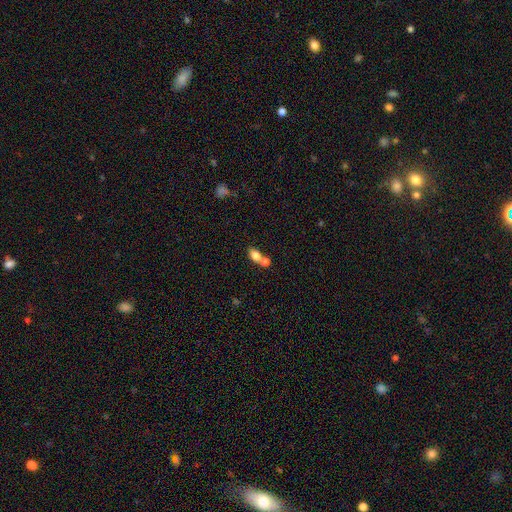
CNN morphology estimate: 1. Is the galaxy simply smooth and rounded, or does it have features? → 78% smooth, 12% featured or disk, 9% star or artifact.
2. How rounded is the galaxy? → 79% in between, 18% round, 3% cigar-shaped.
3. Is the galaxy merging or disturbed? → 53% merger, 35% none, 9% minor disturbance, 4% major disturbance.